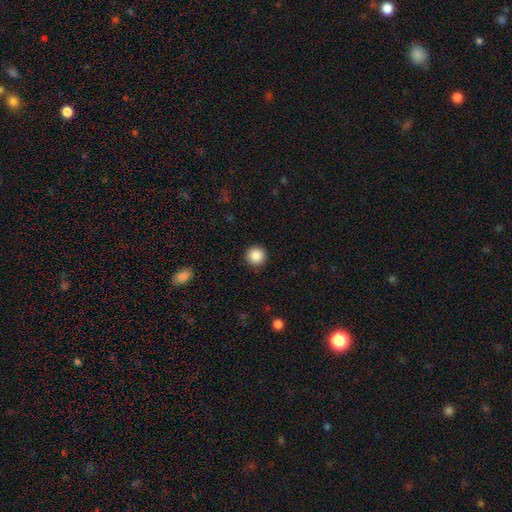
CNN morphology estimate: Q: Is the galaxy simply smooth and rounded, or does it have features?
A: smooth — 88%.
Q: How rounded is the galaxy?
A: round — 96%.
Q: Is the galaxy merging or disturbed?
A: none — 93%.